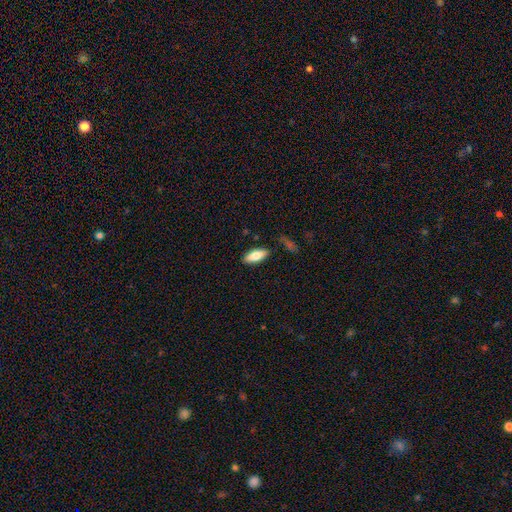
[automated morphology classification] smooth 76%, featured or disk 18%, star or artifact 6%. Down the decision tree: how rounded — in between (75%); merging — none (85%).